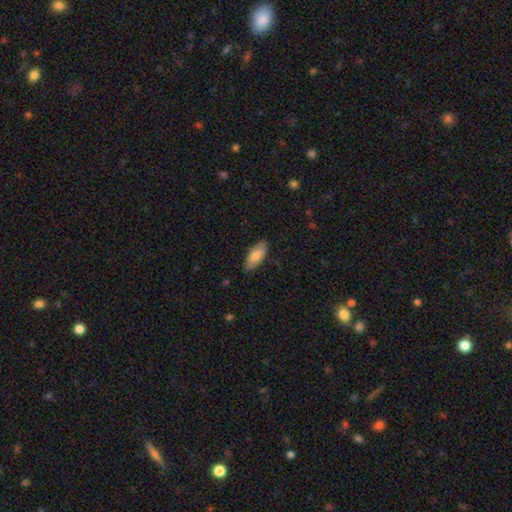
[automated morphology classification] A smooth galaxy with no disk features (77%) that is in between round and cigar-shaped (83%). Merging: none (81%).